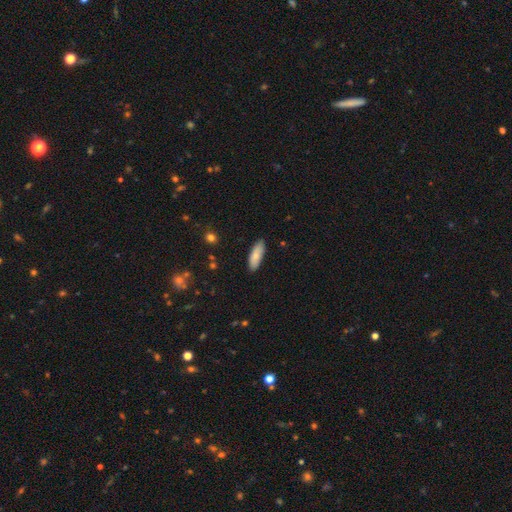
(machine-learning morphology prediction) The model was most divided on "how rounded": in between: 60%, cigar-shaped: 38%, round: 2%. More confident: merging — none (87%); smooth or featured — smooth (80%).